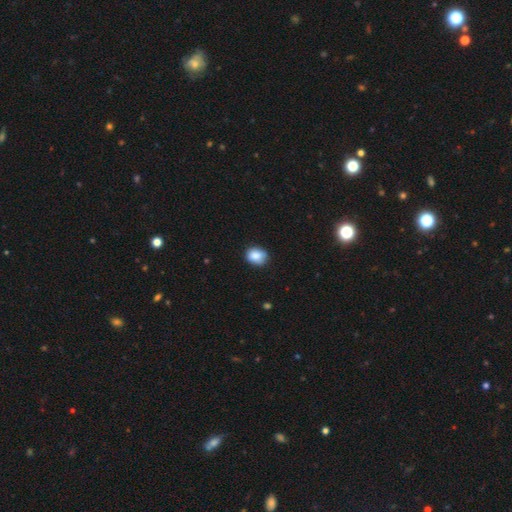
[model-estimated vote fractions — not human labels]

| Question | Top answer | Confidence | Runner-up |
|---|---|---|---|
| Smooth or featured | smooth | 85% | star or artifact (8%) |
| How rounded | round | 59% | in between (40%) |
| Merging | none | 72% | minor disturbance (23%) |